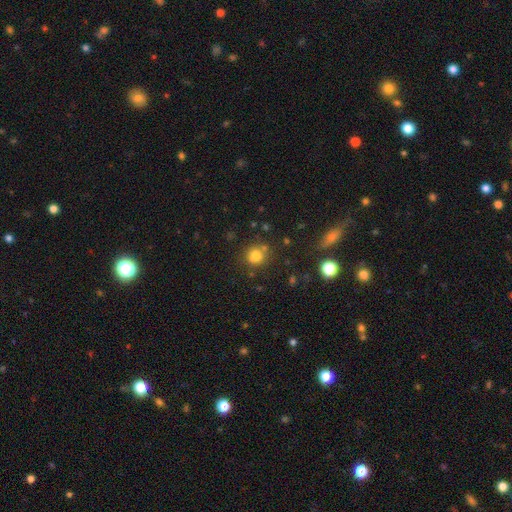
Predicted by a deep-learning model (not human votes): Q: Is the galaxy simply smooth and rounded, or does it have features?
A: smooth — 78%.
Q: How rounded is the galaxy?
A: round — 85%.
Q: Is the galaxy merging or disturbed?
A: none — 73%.